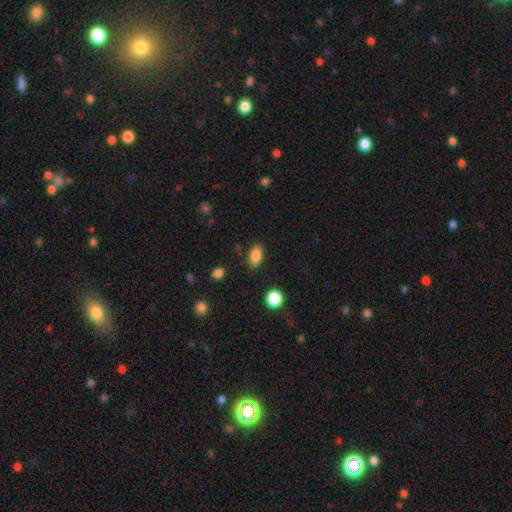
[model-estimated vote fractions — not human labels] Smooth or featured? smooth (86%)
How rounded? in between (89%)
Merging? none (84%)